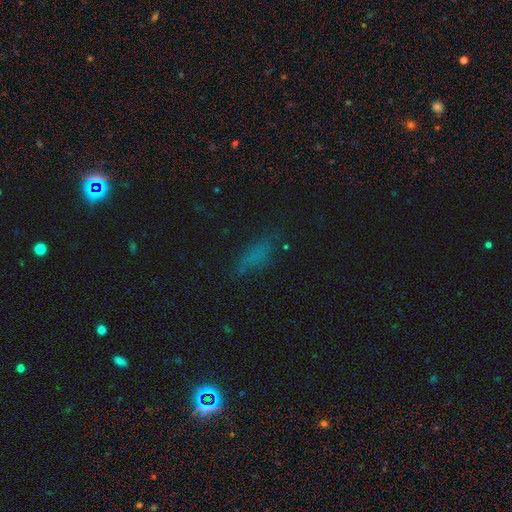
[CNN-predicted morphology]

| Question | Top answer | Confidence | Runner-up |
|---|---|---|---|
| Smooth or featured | smooth | 59% | star or artifact (27%) |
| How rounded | in between | 50% | cigar-shaped (44%) |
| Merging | none | 70% | minor disturbance (19%) |